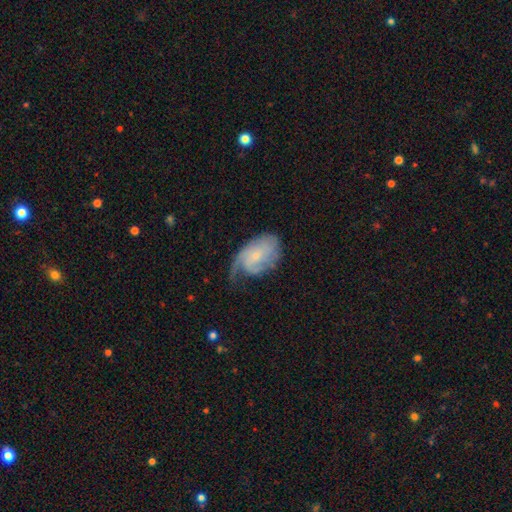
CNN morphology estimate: Q: Smooth or featured?
A: featured or disk (70%); runner-up: smooth (24%)
Q: Edge-on disk?
A: no (97%); runner-up: yes (3%)
Q: Bar?
A: no (67%); runner-up: weak (29%)
Q: Spiral arms?
A: yes (90%); runner-up: no (10%)
Q: Spiral winding?
A: tight (43%); runner-up: medium (35%)
Q: Spiral arm count?
A: 1 (35%); runner-up: can't tell (26%)
Q: Bulge size?
A: small (74%); runner-up: moderate (18%)
Q: Merging?
A: none (41%); runner-up: minor disturbance (31%)